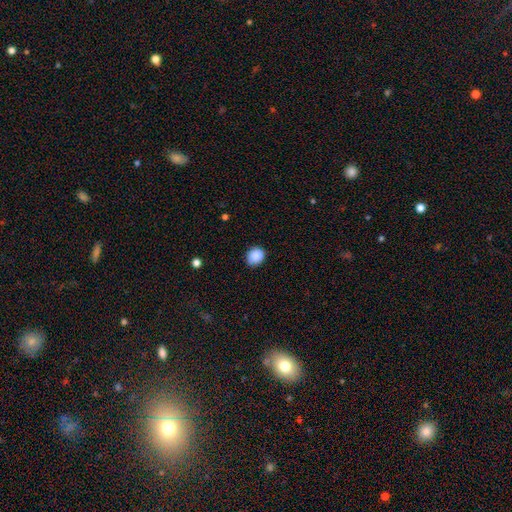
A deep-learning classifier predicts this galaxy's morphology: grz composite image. It shows a smooth galaxy with no disk features (88%) that is round (70%). Merging: none (82%).